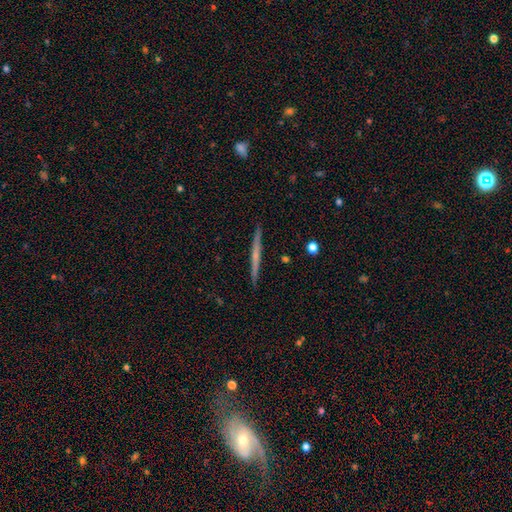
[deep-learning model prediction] smooth_or_featured: featured or disk (p=0.60) [alt: smooth p=0.34]
disk_edge_on: yes (p=0.98) [alt: no p=0.02]
edge_on_bulge: none (p=0.69) [alt: rounded p=0.24]
merging: none (p=0.92) [alt: minor disturbance p=0.06]